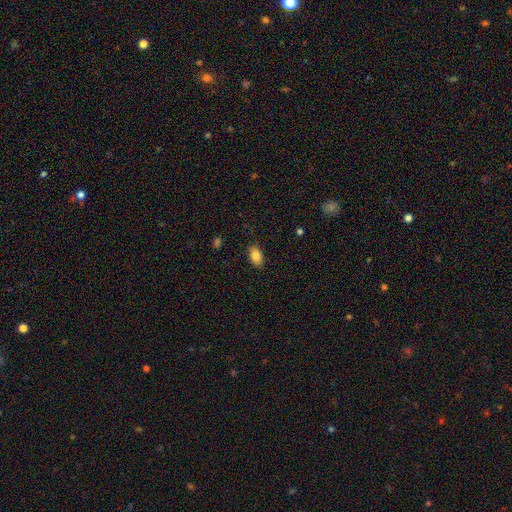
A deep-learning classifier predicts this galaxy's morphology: A smooth galaxy with no disk features (84%) that is in between round and cigar-shaped (90%). Merging: none (87%).